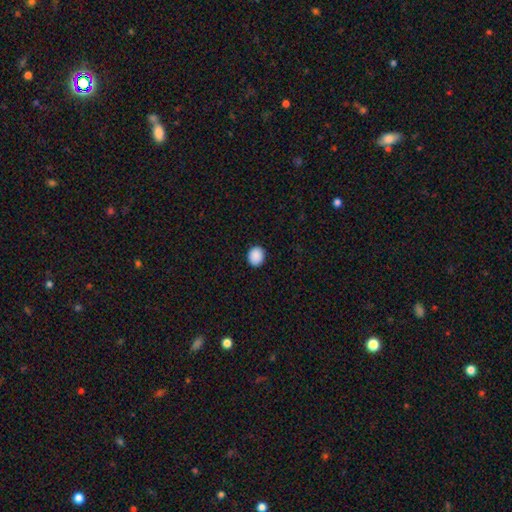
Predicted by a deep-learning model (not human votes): Morphology: type=smooth (90%); roundness=round (72%); merging=none (91%).